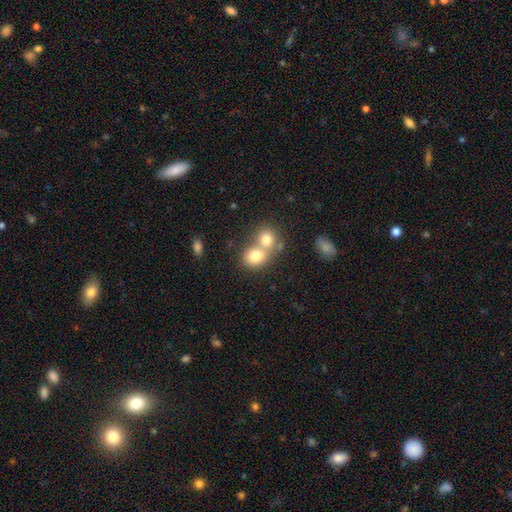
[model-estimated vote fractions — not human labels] smooth-or-featured: smooth: 78% | featured or disk: 12% | star or artifact: 10%
  how-rounded: round: 64% | in between: 35% | cigar-shaped: 1%
  merging: merger: 61% | none: 30% | minor disturbance: 6% | major disturbance: 3%